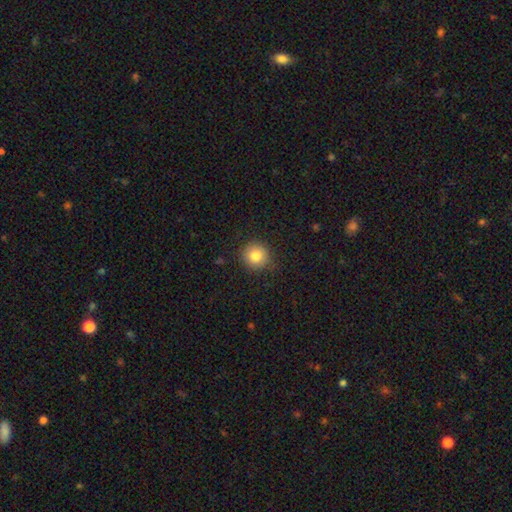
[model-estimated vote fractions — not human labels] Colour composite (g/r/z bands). It shows a smooth galaxy with no disk features (82%) that is round (93%). Merging: none (86%).